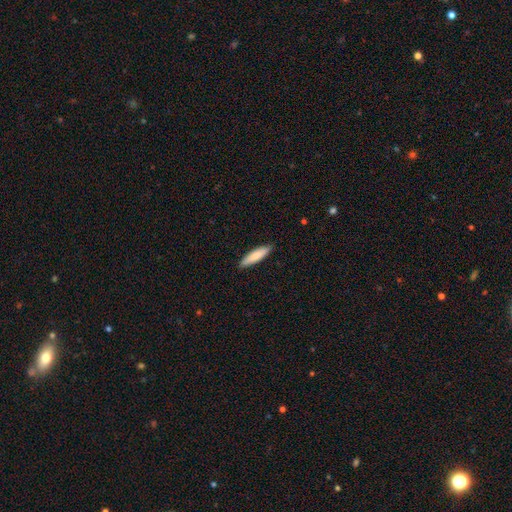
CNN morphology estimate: Smooth or featured: smooth — 83% (featured or disk — 12%)
How rounded: cigar-shaped — 76% (in between — 23%)
Merging: none — 88% (minor disturbance — 9%)